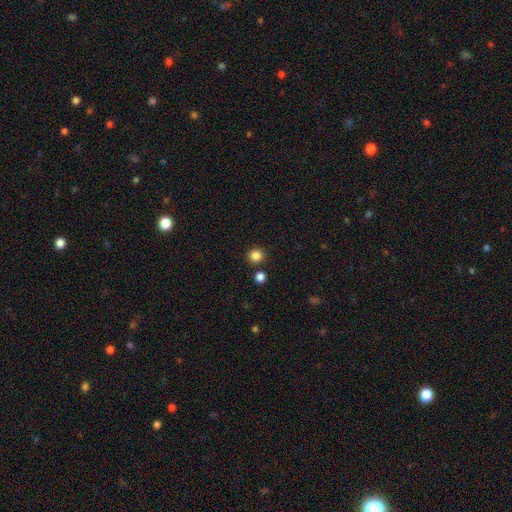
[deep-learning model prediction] smooth_or_featured: smooth (p=0.84) [alt: star or artifact p=0.13]
how_rounded: round (p=0.94) [alt: in between p=0.05]
merging: none (p=0.85) [alt: merger p=0.07]